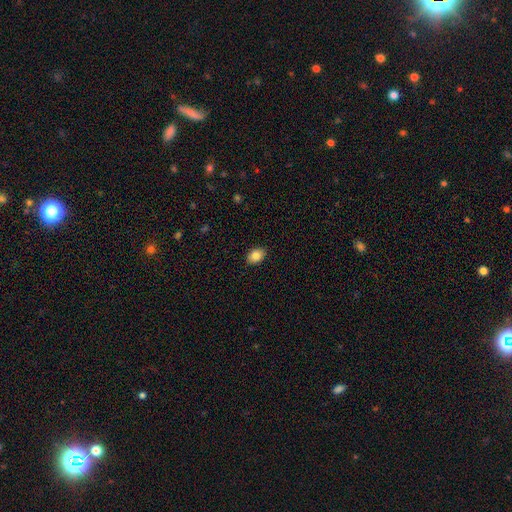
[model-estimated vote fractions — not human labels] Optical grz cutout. It shows a smooth galaxy with no disk features (84%) that is in between round and cigar-shaped (78%). Merging: none (89%).